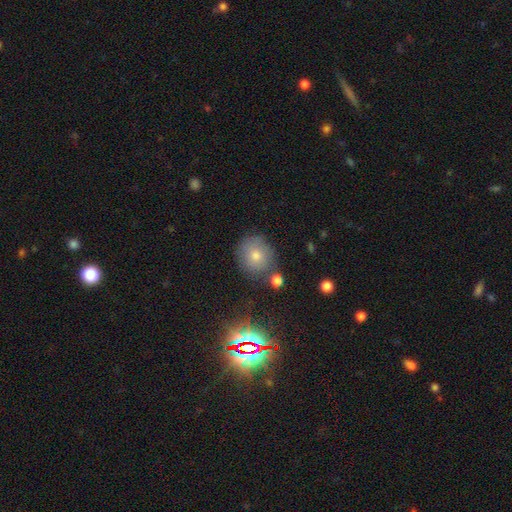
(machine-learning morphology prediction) The model was most divided on "smooth or featured": smooth: 67%, star or artifact: 20%, featured or disk: 13%. More confident: how rounded — round (82%); merging — none (78%).